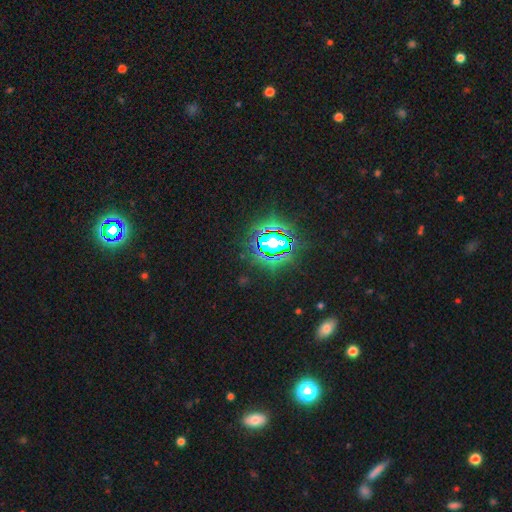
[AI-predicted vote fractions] Smooth or featured: star or artifact — 83% (smooth — 10%)